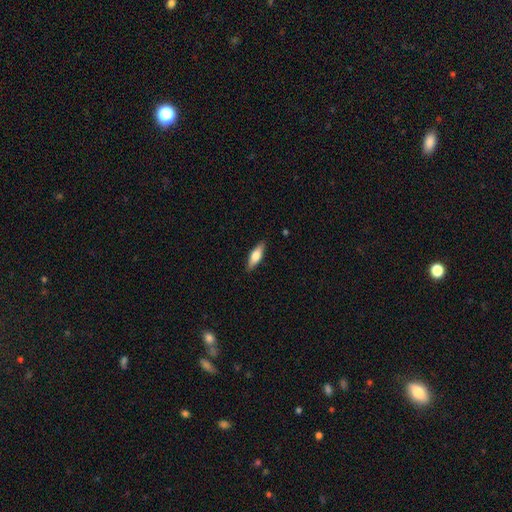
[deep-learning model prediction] smooth_or_featured: smooth (p=0.63) [alt: featured or disk p=0.31]
how_rounded: in between (p=0.51) [alt: cigar-shaped p=0.47]
merging: none (p=0.88) [alt: minor disturbance p=0.09]